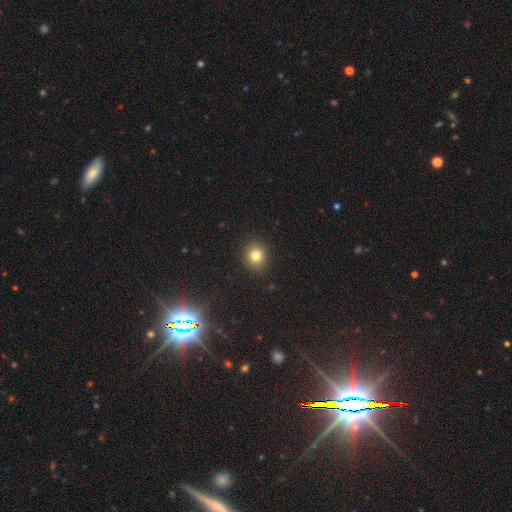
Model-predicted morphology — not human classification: Overall: smooth (80%). How rounded: round (81%). Merging: none (90%).